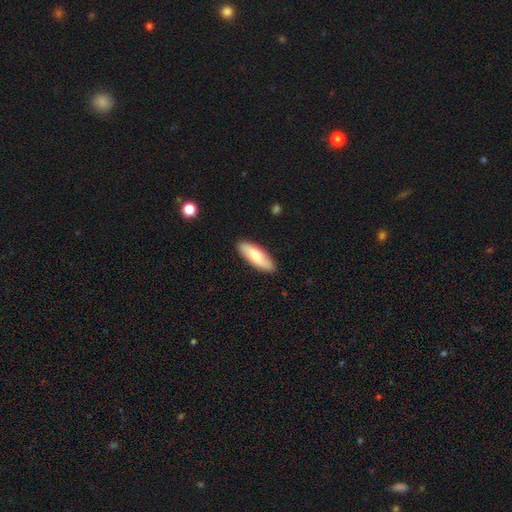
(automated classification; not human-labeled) Morphology: type=smooth (75%); roundness=in between (63%); merging=none (88%).